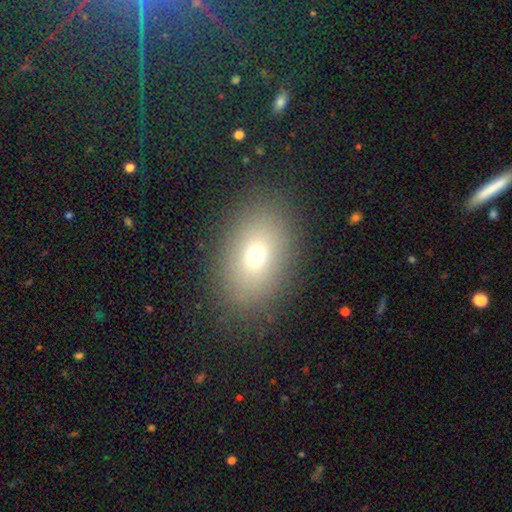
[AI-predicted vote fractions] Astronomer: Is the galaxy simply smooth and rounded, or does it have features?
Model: smooth — 71%.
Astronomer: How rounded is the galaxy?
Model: in between — 78%.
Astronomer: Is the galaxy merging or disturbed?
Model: none — 85%.